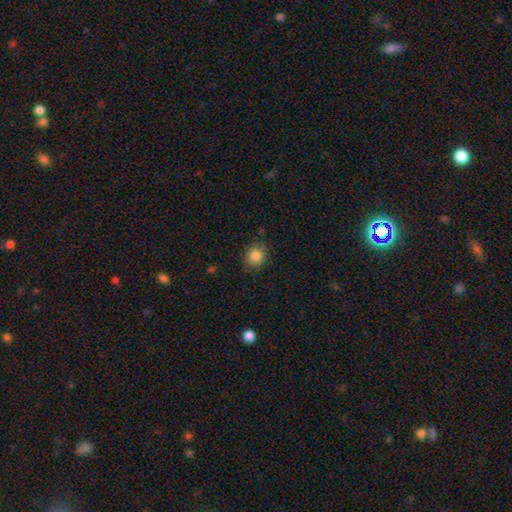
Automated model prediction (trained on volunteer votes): smooth 85%, star or artifact 9%, featured or disk 6%. Down the decision tree: how rounded — round (67%); merging — none (82%).